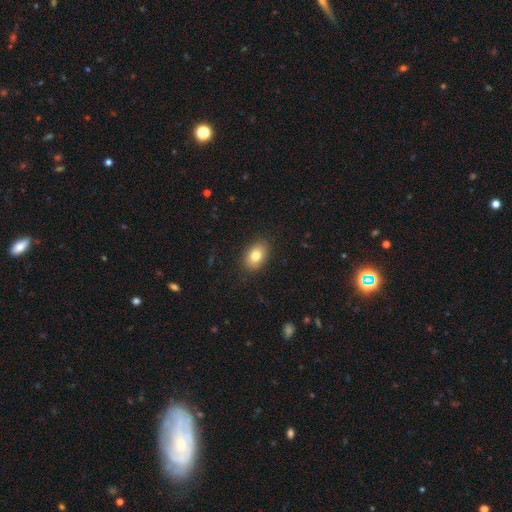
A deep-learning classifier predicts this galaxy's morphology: Smooth or featured: smooth — 80% (featured or disk — 11%)
How rounded: in between — 84% (round — 15%)
Merging: none — 88% (minor disturbance — 9%)